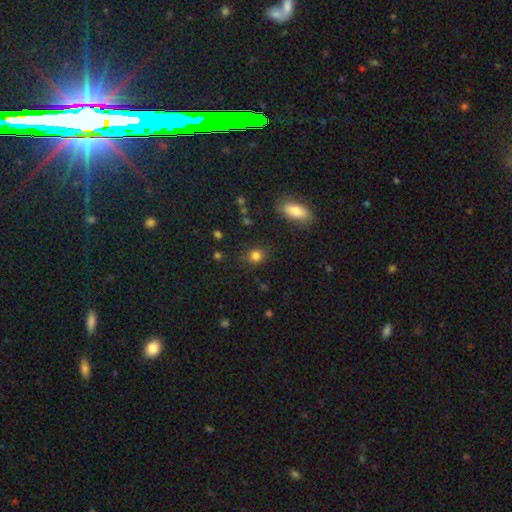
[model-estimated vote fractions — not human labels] A smooth galaxy with no disk features (83%) that is round (80%).

Vote fractions:
- Smooth or featured? smooth: 83% / star or artifact: 12% / featured or disk: 5%
- How rounded? round: 80% / in between: 19% / cigar-shaped: 1%
- Merging? none: 84% / minor disturbance: 11% / major disturbance: 3% / merger: 2%